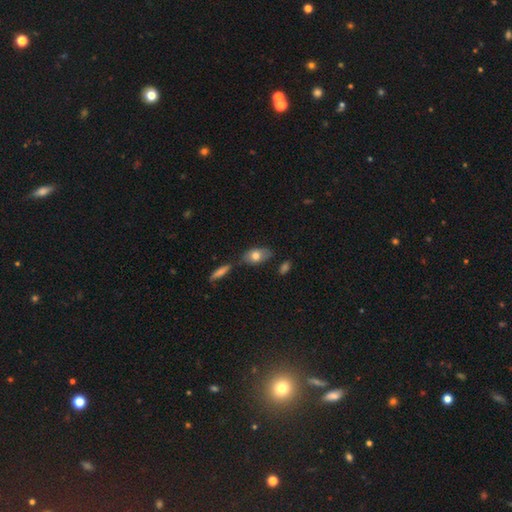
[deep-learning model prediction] smooth 71%, featured or disk 22%, star or artifact 7%. Down the decision tree: how rounded — in between (88%); merging — none (65%).